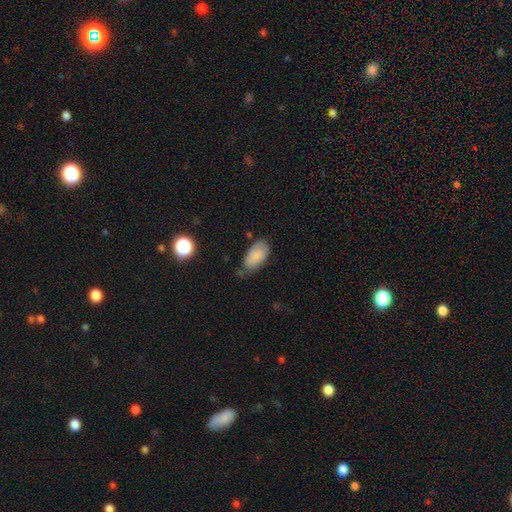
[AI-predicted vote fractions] This is clearly a smooth galaxy (81%). How rounded: clearly in between (94%). Merging: possibly none (57%).